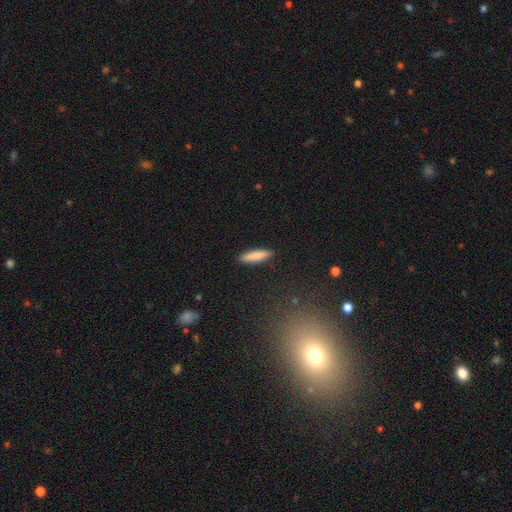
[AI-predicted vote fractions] This is clearly a smooth galaxy (86%). How rounded: likely cigar-shaped (70%). Merging: clearly none (90%).